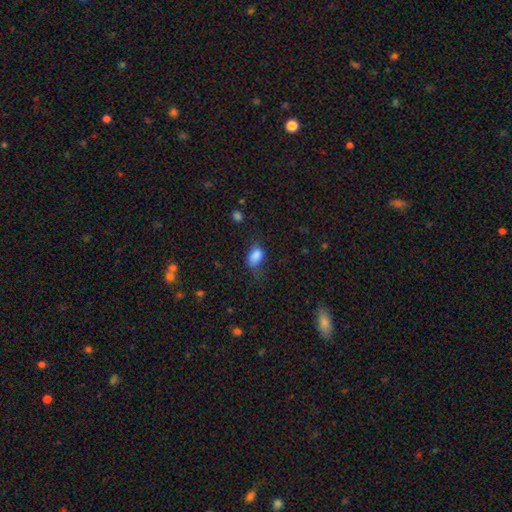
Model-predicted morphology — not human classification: Smooth or featured?
  - smooth: 85% *
  - star or artifact: 9%
  - featured or disk: 6%
How rounded?
  - in between: 84% *
  - round: 14%
  - cigar-shaped: 2%
Merging?
  - none: 51% *
  - minor disturbance: 31%
  - major disturbance: 15%
  - merger: 2%